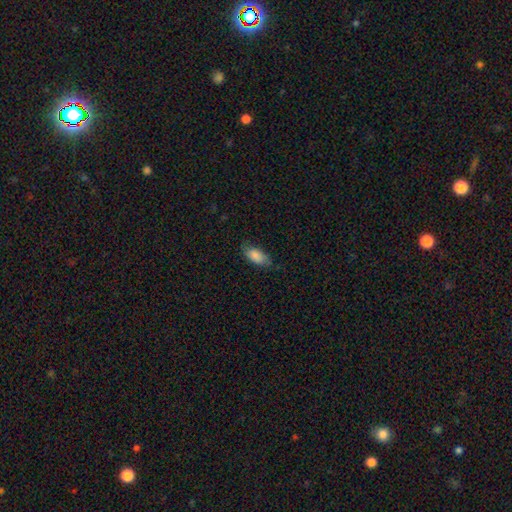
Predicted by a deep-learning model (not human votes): Q: Smooth or featured?
A: smooth (83%); runner-up: featured or disk (10%)
Q: How rounded?
A: in between (89%); runner-up: cigar-shaped (9%)
Q: Merging?
A: none (71%); runner-up: minor disturbance (23%)